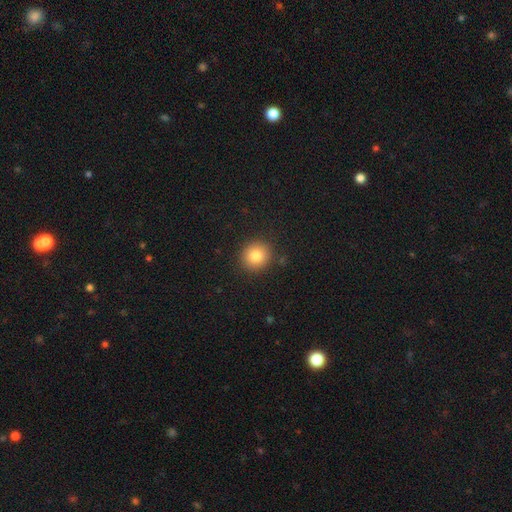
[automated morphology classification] Smooth or featured? smooth (80%)
How rounded? round (89%)
Merging? none (89%)